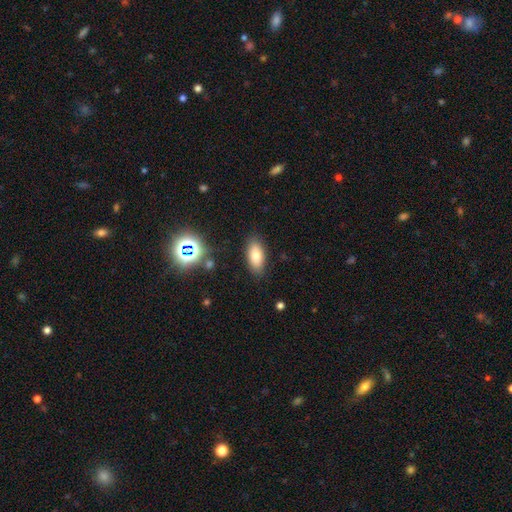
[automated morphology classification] smooth-or-featured: smooth: 77% | featured or disk: 12% | star or artifact: 11%
  how-rounded: in between: 86% | cigar-shaped: 10% | round: 4%
  merging: none: 86% | minor disturbance: 10% | major disturbance: 3% | merger: 2%